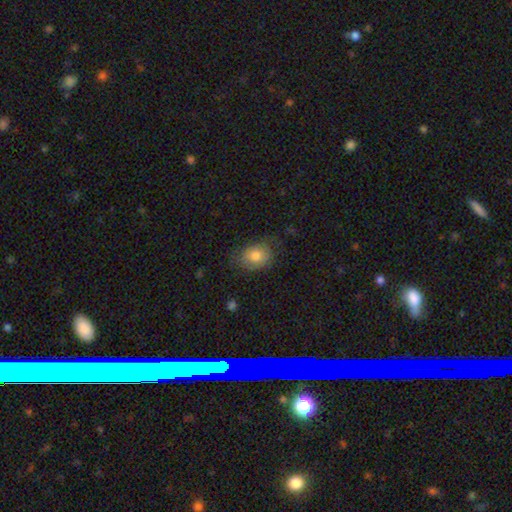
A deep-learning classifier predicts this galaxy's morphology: Q: Smooth or featured?
A: smooth (76%); runner-up: featured or disk (15%)
Q: How rounded?
A: in between (64%); runner-up: round (35%)
Q: Merging?
A: none (67%); runner-up: minor disturbance (23%)